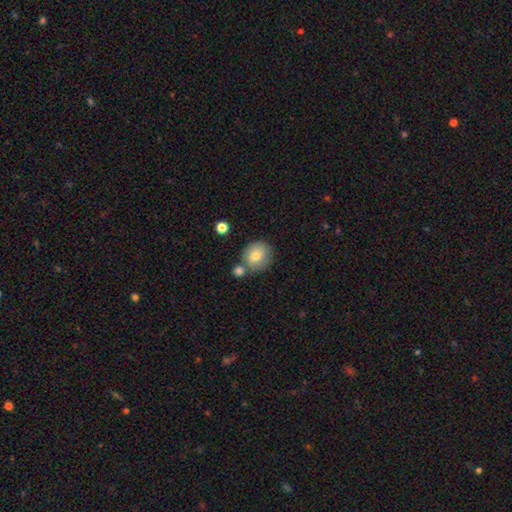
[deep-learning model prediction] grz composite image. It shows a smooth galaxy with no disk features (79%) that is round (80%). Merging: none (65%).